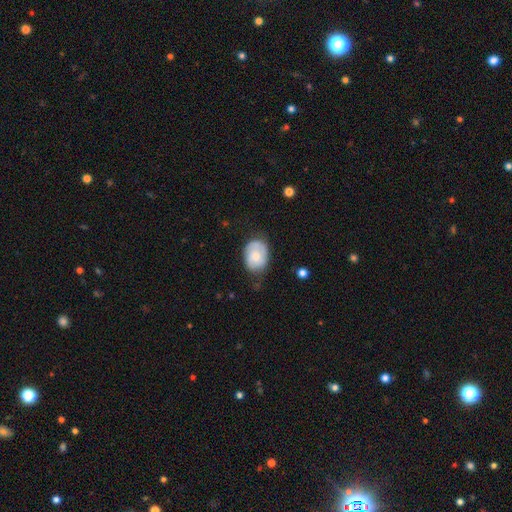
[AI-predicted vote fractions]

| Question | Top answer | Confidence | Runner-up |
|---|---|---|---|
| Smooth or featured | smooth | 61% | featured or disk (33%) |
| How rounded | in between | 67% | round (32%) |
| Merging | none | 55% | minor disturbance (33%) |